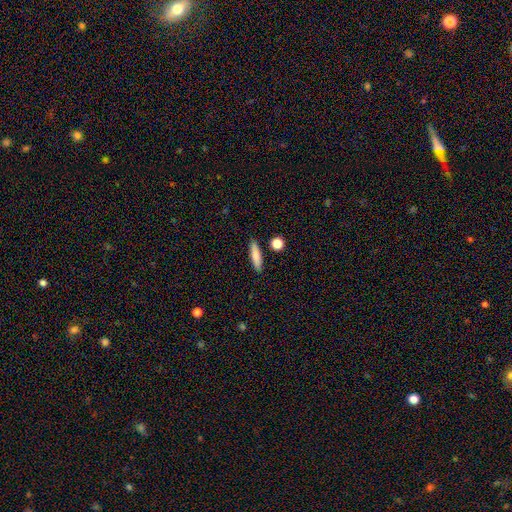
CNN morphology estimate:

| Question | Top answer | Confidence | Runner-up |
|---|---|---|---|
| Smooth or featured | smooth | 82% | featured or disk (11%) |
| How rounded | cigar-shaped | 77% | in between (20%) |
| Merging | none | 87% | minor disturbance (8%) |